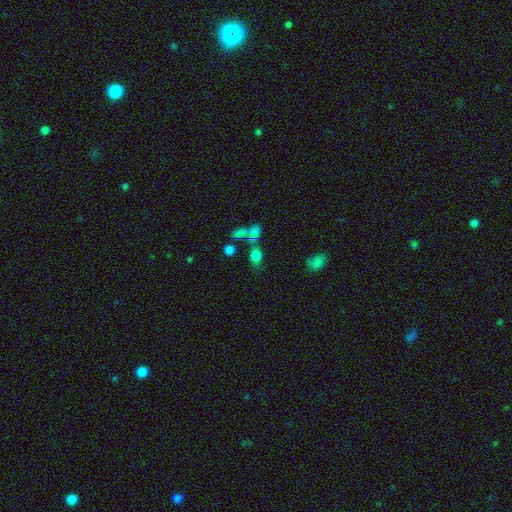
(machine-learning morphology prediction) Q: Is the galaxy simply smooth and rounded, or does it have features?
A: smooth — 76%.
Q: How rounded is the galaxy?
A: in between — 64%.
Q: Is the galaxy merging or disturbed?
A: none — 49%.